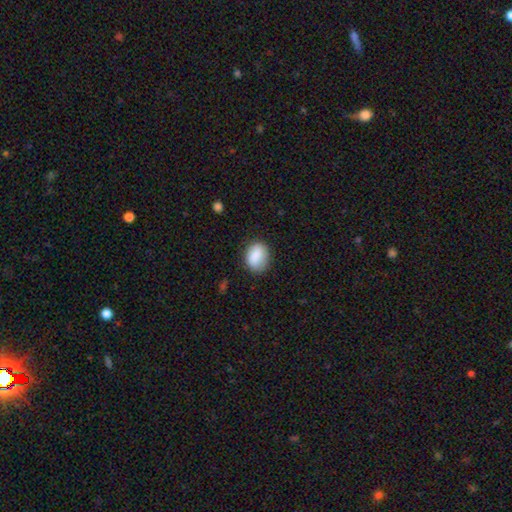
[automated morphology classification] Smooth or featured? smooth (86%)
How rounded? in between (63%)
Merging? none (79%)